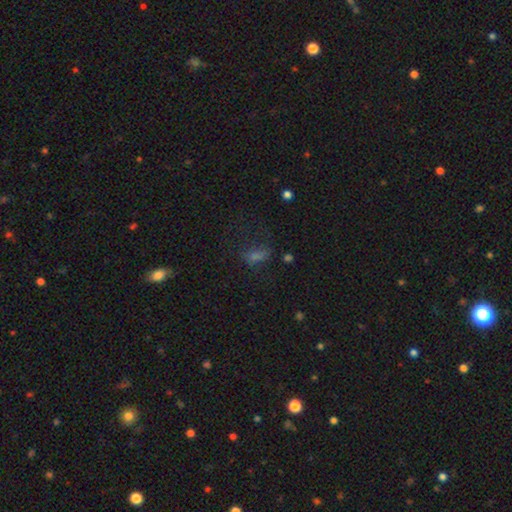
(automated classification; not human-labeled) A smooth galaxy with no disk features (55%) that is in between round and cigar-shaped (73%). Merging: none (52%).